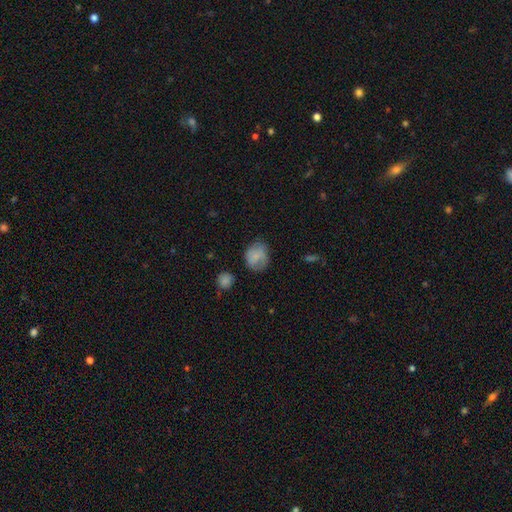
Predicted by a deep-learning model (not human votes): Q: Smooth or featured?
A: smooth (72%); runner-up: featured or disk (20%)
Q: How rounded?
A: round (57%); runner-up: in between (42%)
Q: Merging?
A: none (62%); runner-up: minor disturbance (27%)